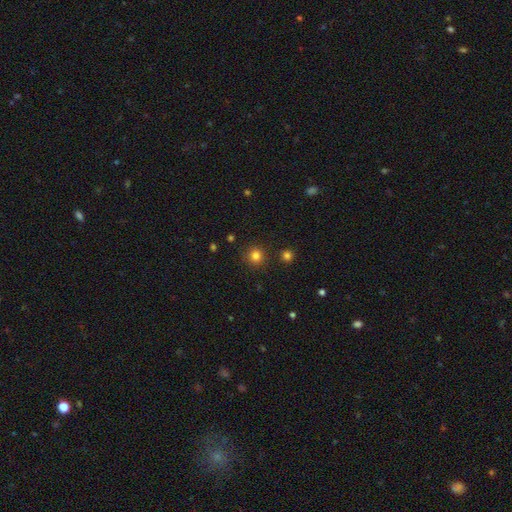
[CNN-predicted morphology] Smooth or featured? Predicted: smooth (p=0.81). How rounded? Predicted: round (p=0.94). Merging? Predicted: none (p=0.89).